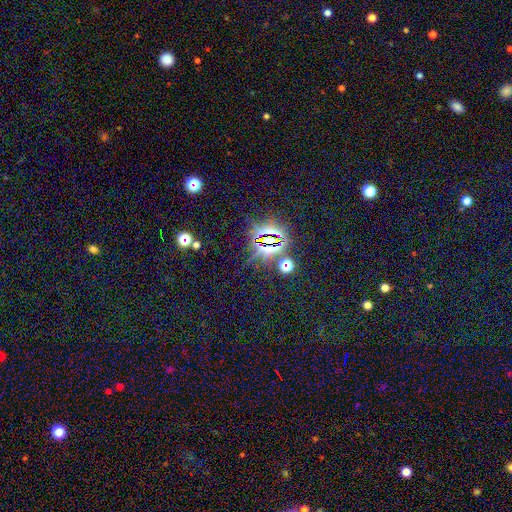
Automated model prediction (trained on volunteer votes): Overall: star or artifact (78%).